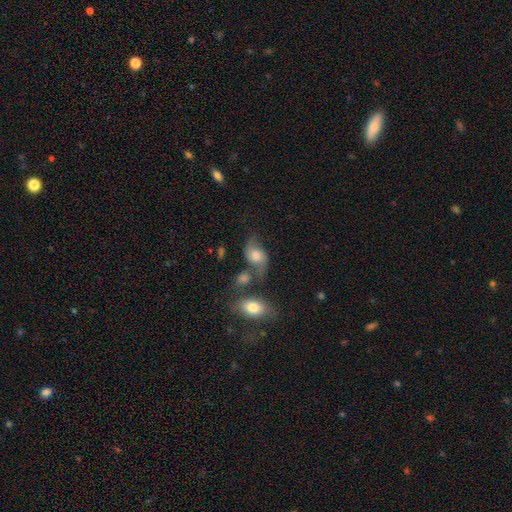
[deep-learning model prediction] Morphology: type=featured or disk (46%); merging=none (41%).